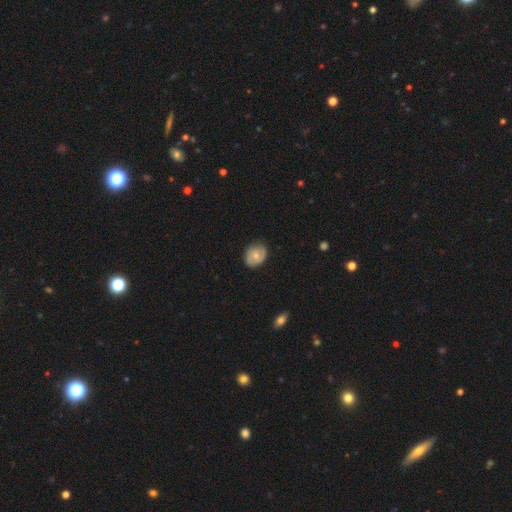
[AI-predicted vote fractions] smooth 53%, featured or disk 40%, star or artifact 7%. Down the decision tree: how rounded — round (51%); merging — none (78%).